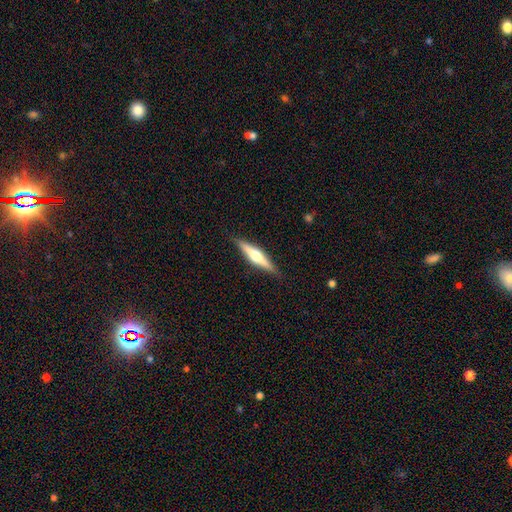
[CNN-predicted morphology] A featured or disk galaxy (66%) viewed edge-on (97%) with a rounded central bulge (93%). Merging: none (89%).